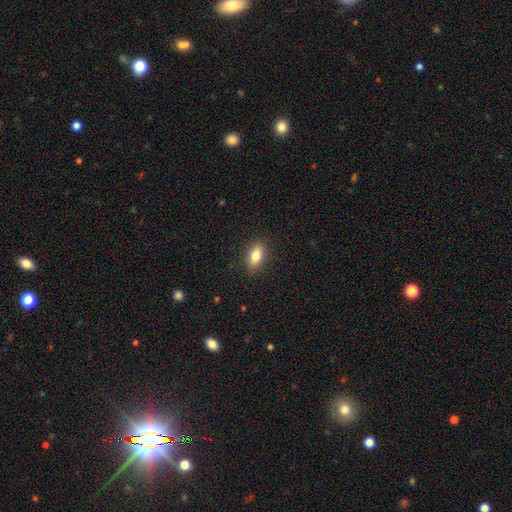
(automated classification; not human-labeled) A smooth galaxy with no disk features (79%) that is in between round and cigar-shaped (84%). Merging: none (88%).